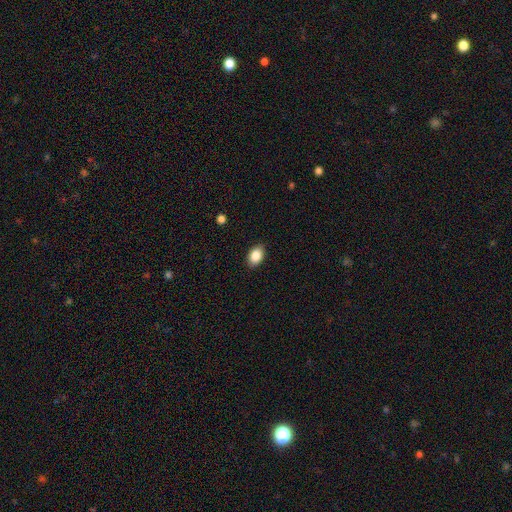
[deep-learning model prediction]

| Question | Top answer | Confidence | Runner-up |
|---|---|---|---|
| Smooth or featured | smooth | 87% | star or artifact (8%) |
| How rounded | in between | 85% | round (14%) |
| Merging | none | 88% | minor disturbance (9%) |